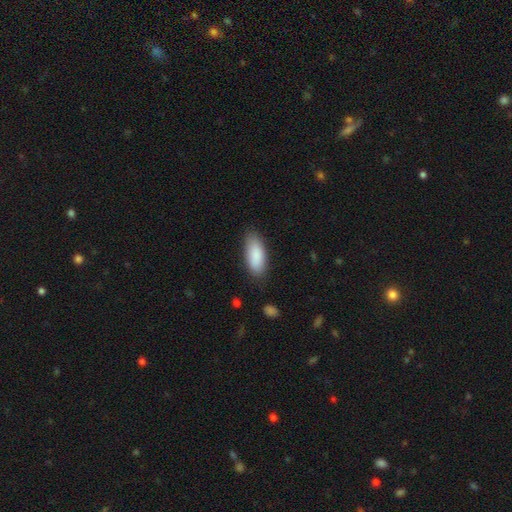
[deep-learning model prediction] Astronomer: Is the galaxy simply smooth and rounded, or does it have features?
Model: smooth — 89%.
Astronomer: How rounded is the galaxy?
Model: in between — 79%.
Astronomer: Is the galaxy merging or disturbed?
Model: none — 81%.